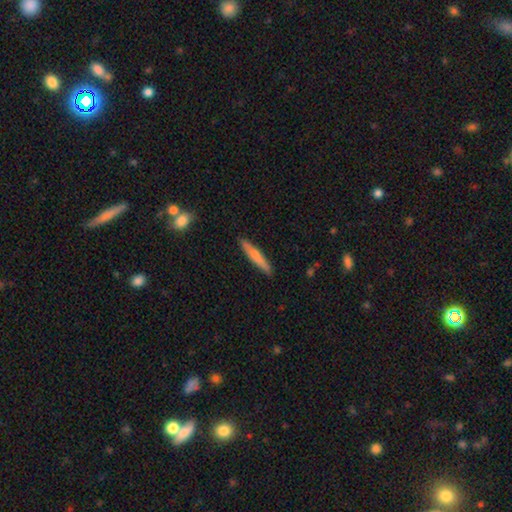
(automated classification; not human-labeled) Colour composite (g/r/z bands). It shows a smooth galaxy with no disk features (64%) that is cigar-shaped (93%). Merging: none (89%).